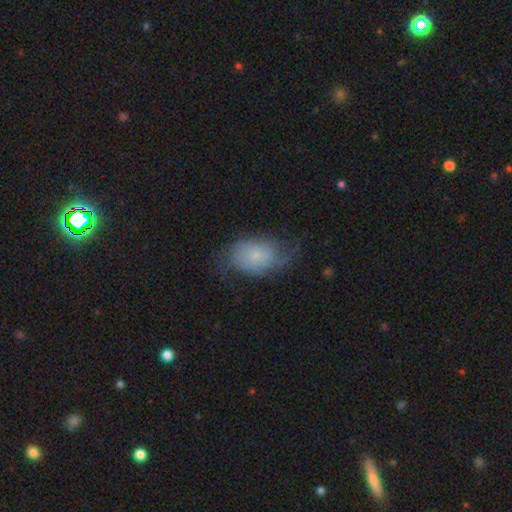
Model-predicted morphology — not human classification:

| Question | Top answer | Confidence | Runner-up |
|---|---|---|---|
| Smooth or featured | featured or disk | 55% | smooth (36%) |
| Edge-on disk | no | 96% | yes (4%) |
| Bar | no | 77% | weak (20%) |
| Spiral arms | yes | 85% | no (15%) |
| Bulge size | small | 68% | moderate (16%) |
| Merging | none | 55% | minor disturbance (25%) |